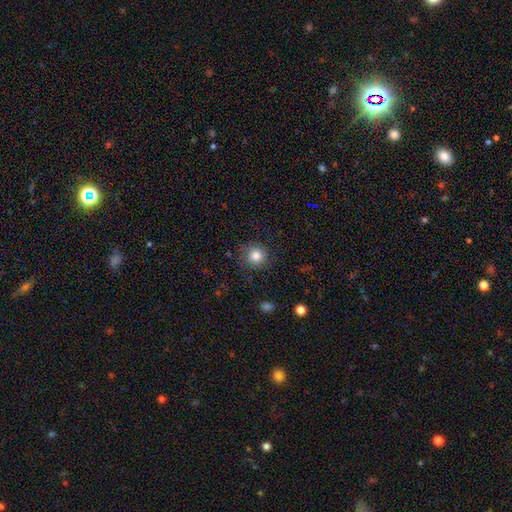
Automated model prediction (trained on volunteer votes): smooth_or_featured: smooth (p=0.83) [alt: star or artifact p=0.10]
how_rounded: round (p=0.91) [alt: in between p=0.08]
merging: none (p=0.81) [alt: minor disturbance p=0.12]